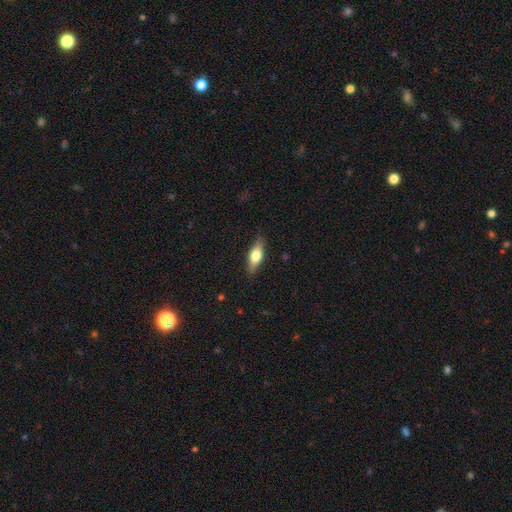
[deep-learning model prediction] This appears to be a smooth galaxy with no disk features (59%) that is in between round and cigar-shaped (61%). Merging: none (86%).